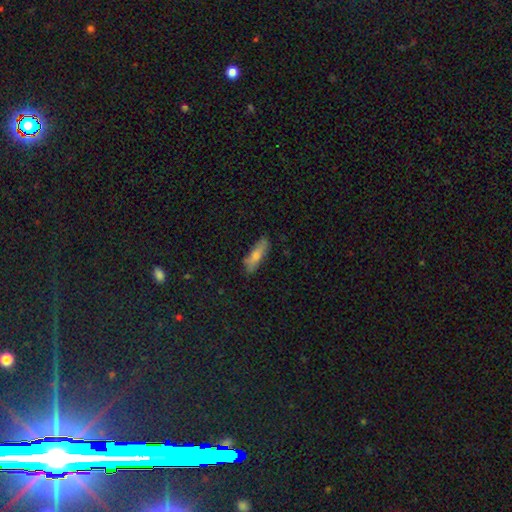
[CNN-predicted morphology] smooth 68%, featured or disk 24%, star or artifact 8%. Down the decision tree: how rounded — cigar-shaped (58%); merging — none (82%).